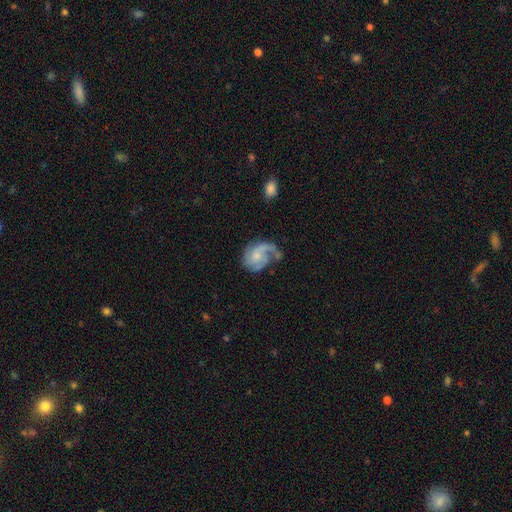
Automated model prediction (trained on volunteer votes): smooth-or-featured: featured or disk: 80% | smooth: 14% | star or artifact: 7%
  disk-edge-on: no: 98% | yes: 2%
    bar: no: 67% | weak: 29% | strong: 5%
    has-spiral-arms: yes: 93% | no: 7%
      spiral-winding: medium: 45% | loose: 29% | tight: 26%
      spiral-arm-count: 2: 46% | 1: 24% | 3: 13% | can't tell: 12% | 4: 3% | more than 4: 3%
    bulge-size: small: 50% | moderate: 35% | none: 11% | large: 3% | dominant: 1%
  merging: none: 46% | minor disturbance: 25% | major disturbance: 25% | merger: 4%